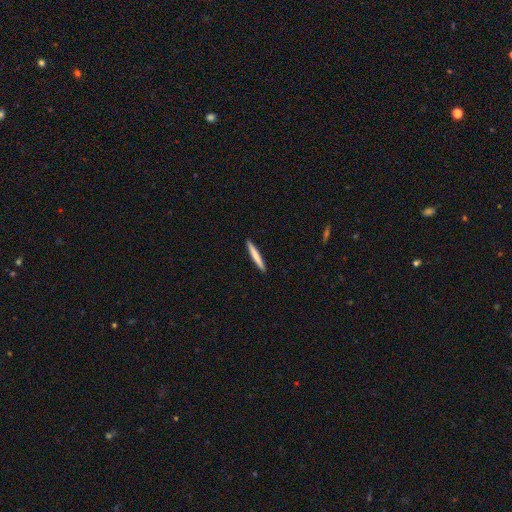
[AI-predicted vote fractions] This appears to be a smooth galaxy with no disk features (72%) that is cigar-shaped (96%). Merging: none (93%).